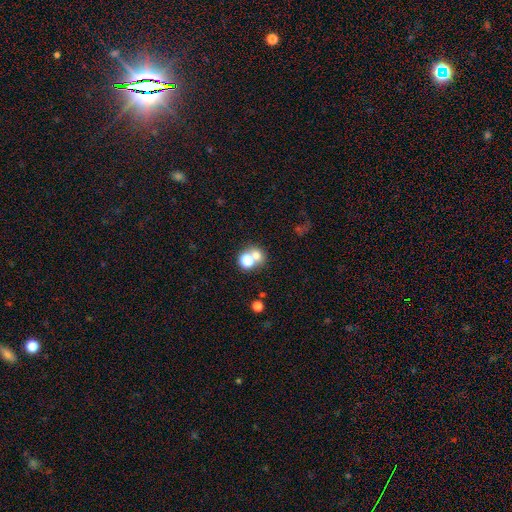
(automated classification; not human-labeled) Smooth or featured: smooth — 66% (star or artifact — 21%)
How rounded: round — 75% (in between — 24%)
Merging: merger — 46% (none — 43%)